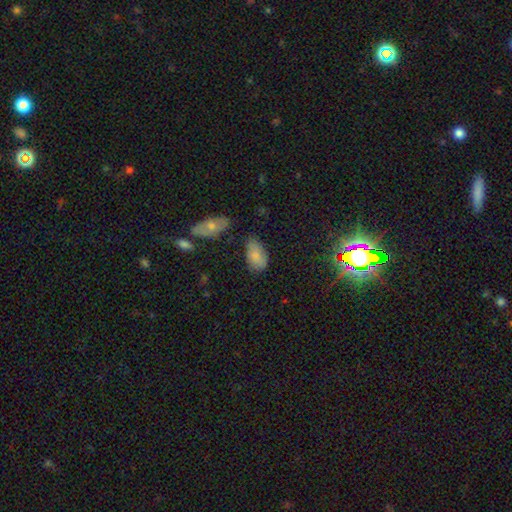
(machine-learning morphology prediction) smooth 81%, featured or disk 11%, star or artifact 8%. Down the decision tree: how rounded — in between (93%); merging — none (61%).